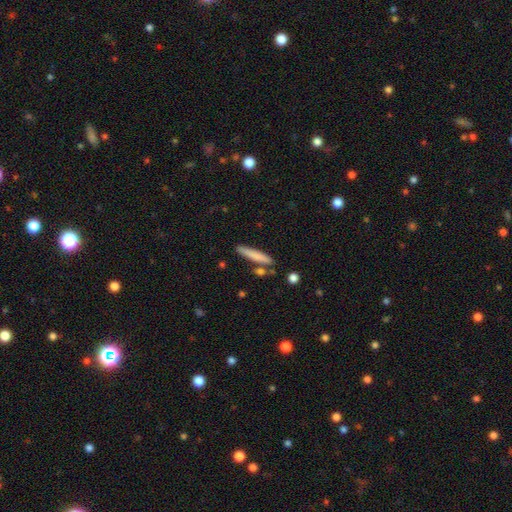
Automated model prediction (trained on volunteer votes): A smooth galaxy with no disk features (78%) that is cigar-shaped (91%). Merging: none (79%).